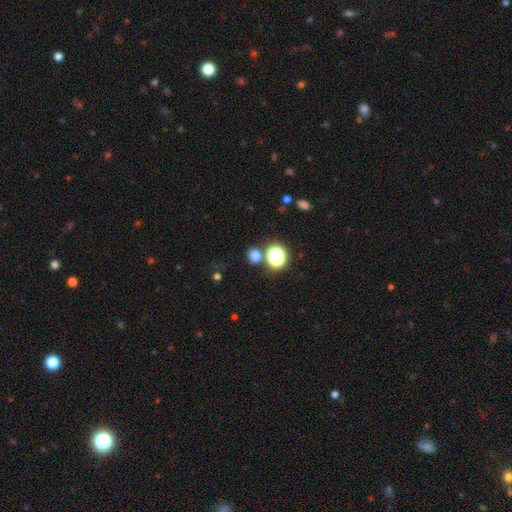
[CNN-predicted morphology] type=smooth (71%); roundness=round (81%); merging=none (75%).